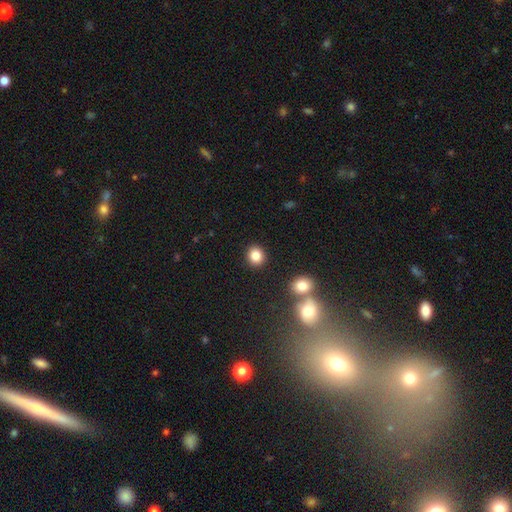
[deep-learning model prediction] This appears to be a smooth galaxy with no disk features (84%) that is round (77%). Merging: none (87%).